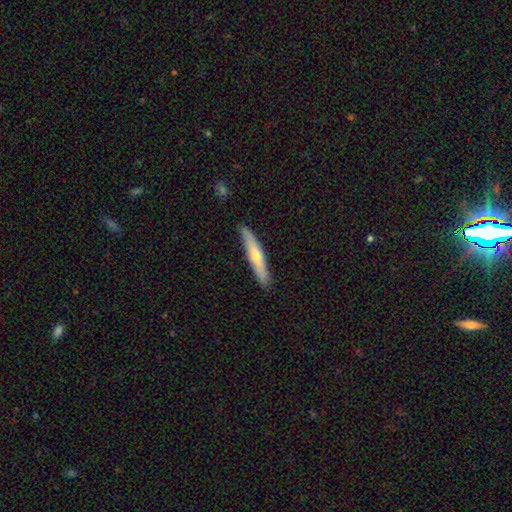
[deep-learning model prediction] A smooth galaxy with no disk features (50%).

Vote fractions:
- Smooth or featured? smooth: 50% / featured or disk: 45% / star or artifact: 5%
- Merging? none: 88% / minor disturbance: 9% / major disturbance: 2% / merger: 1%